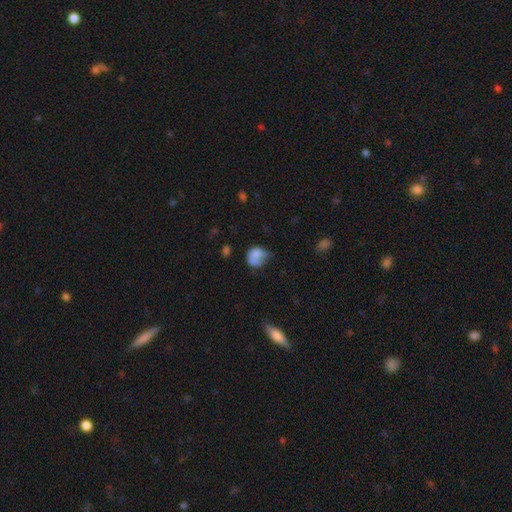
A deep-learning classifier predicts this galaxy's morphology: This is likely a smooth galaxy (73%). How rounded: possibly round (53%). Merging: marginally minor disturbance (33%).